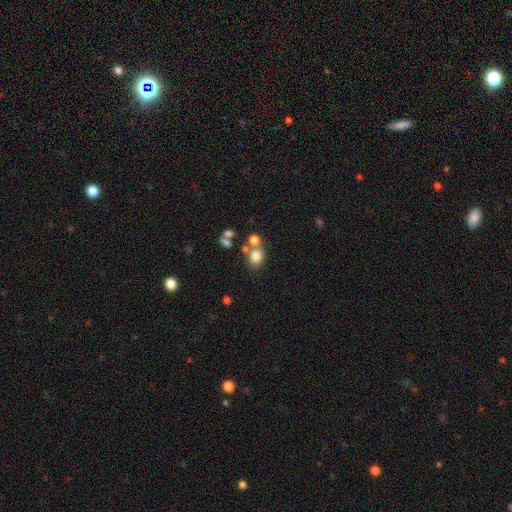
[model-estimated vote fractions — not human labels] smooth-or-featured: smooth: 77% | star or artifact: 13% | featured or disk: 10%
  how-rounded: round: 60% | in between: 39% | cigar-shaped: 1%
  merging: none: 55% | merger: 28% | minor disturbance: 11% | major disturbance: 6%